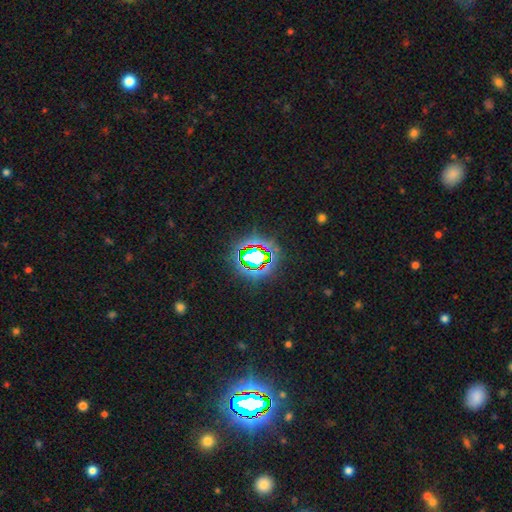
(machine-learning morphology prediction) smooth-or-featured: star or artifact: 71% | smooth: 18% | featured or disk: 11%